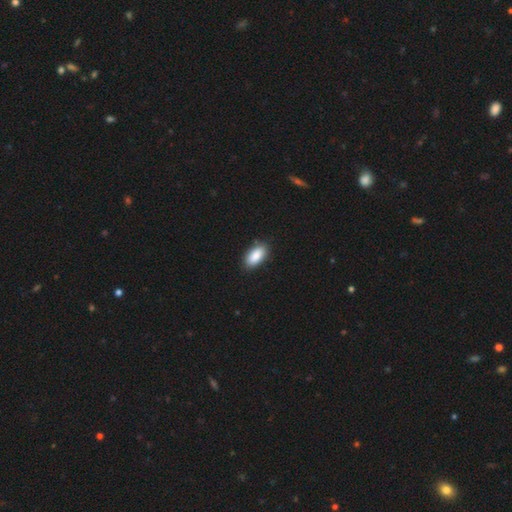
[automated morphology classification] A smooth galaxy with no disk features (89%) that is in between round and cigar-shaped (92%). Merging: none (86%).